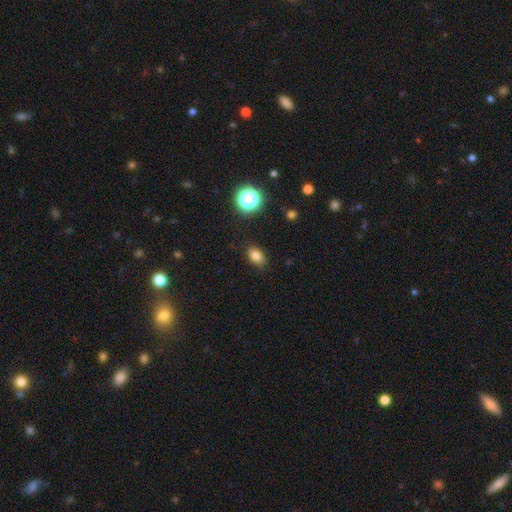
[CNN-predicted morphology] This is likely a smooth galaxy (80%). How rounded: likely in between (75%). Merging: clearly none (86%).